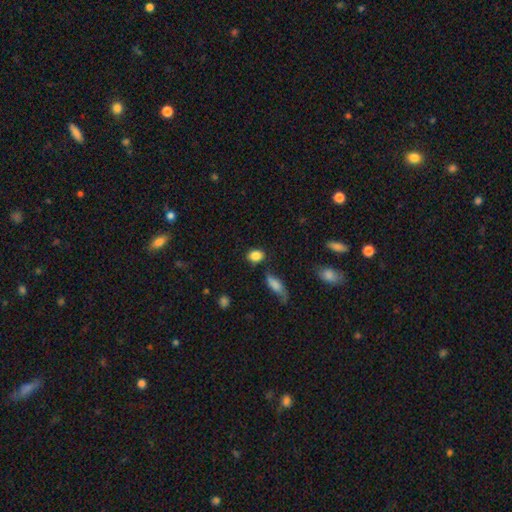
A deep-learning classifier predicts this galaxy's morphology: A smooth galaxy with no disk features (86%) that is in between round and cigar-shaped (61%). Merging: none (73%).